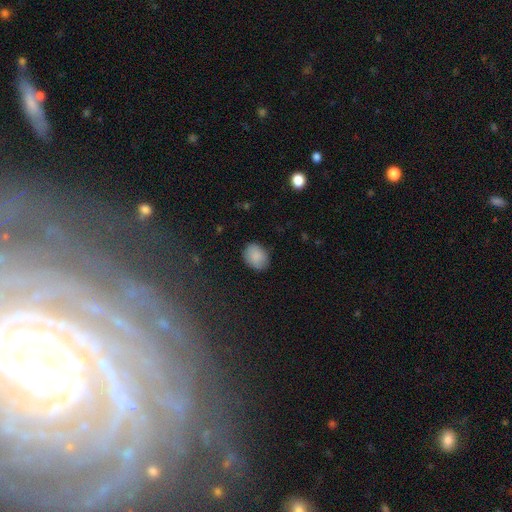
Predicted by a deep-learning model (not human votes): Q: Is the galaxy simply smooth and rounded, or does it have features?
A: smooth — 88%.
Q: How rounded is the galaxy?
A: in between — 57%.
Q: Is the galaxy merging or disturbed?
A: none — 82%.